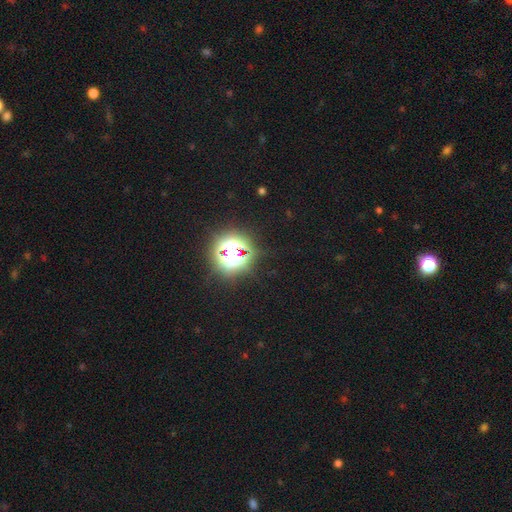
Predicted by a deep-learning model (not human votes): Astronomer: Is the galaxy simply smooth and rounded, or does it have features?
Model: star or artifact — 76%.